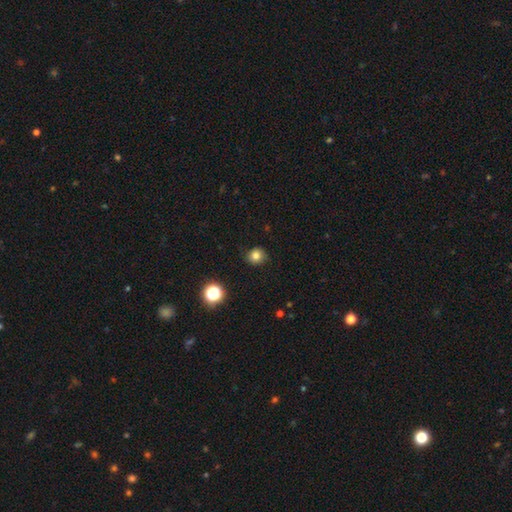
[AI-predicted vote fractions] This is clearly a smooth galaxy (80%). How rounded: clearly round (88%). Merging: clearly none (89%).